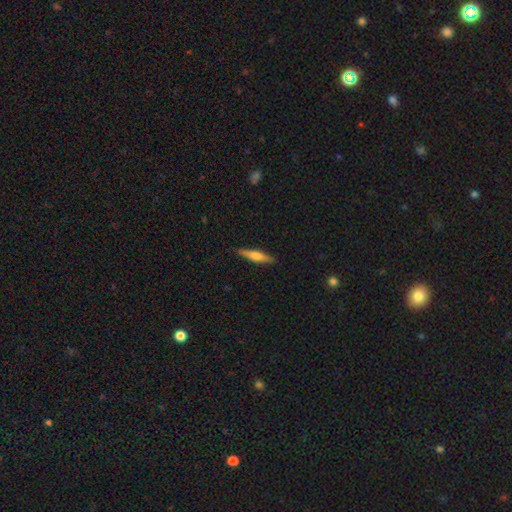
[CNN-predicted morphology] A featured or disk galaxy (50%) viewed edge-on (96%).

Vote fractions:
- Smooth or featured? featured or disk: 50% / smooth: 44% / star or artifact: 6%
- Edge-on disk? yes: 96% / no: 4%
- Merging? none: 89% / minor disturbance: 8% / major disturbance: 2% / merger: 1%